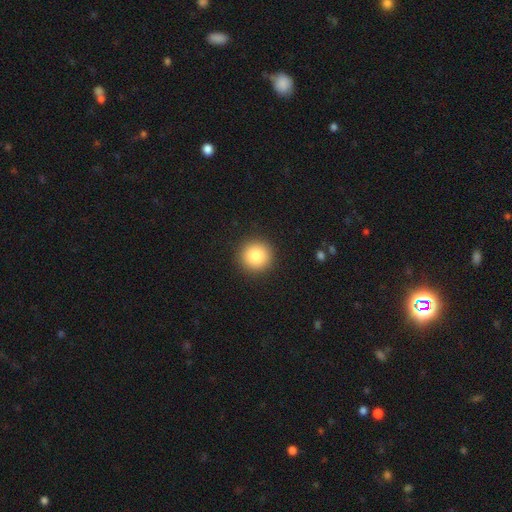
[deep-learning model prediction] Smooth or featured? Predicted: smooth (p=0.84). How rounded? Predicted: round (p=0.95). Merging? Predicted: none (p=0.92).